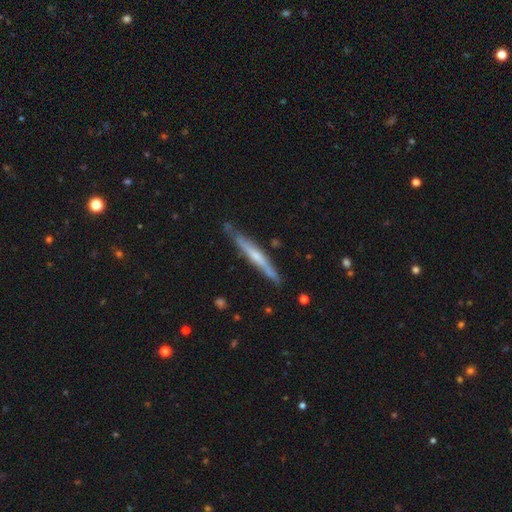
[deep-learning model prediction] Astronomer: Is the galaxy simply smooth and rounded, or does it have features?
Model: featured or disk — 60%.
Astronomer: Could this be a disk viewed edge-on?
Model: yes — 94%.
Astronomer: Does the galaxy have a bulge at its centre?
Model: none — 47% (runner-up: rounded, 44%).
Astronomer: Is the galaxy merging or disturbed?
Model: none — 79%.